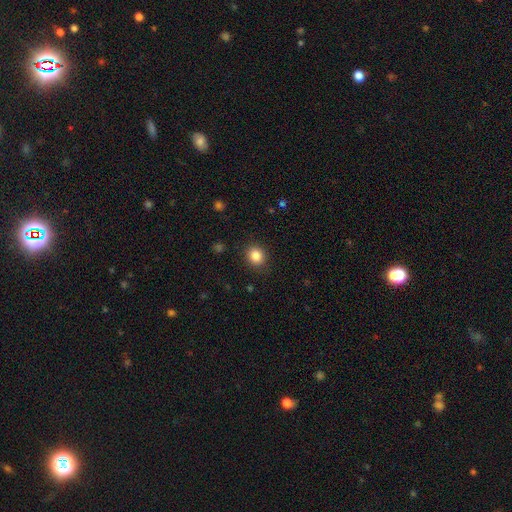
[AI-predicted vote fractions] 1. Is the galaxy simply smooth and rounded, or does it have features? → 86% smooth, 10% star or artifact, 4% featured or disk.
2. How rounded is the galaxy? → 76% round, 23% in between, 1% cigar-shaped.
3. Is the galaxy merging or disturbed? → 88% none, 8% minor disturbance, 3% major disturbance, 1% merger.